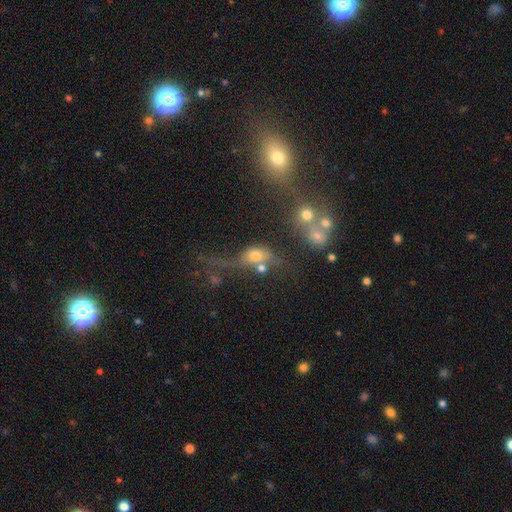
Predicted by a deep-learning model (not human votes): Smooth or featured?
  - smooth: 54% *
  - featured or disk: 30%
  - star or artifact: 16%
How rounded?
  - in between: 56% *
  - round: 38%
  - cigar-shaped: 6%
Merging?
  - merger: 33% *
  - major disturbance: 29%
  - none: 25%
  - minor disturbance: 14%